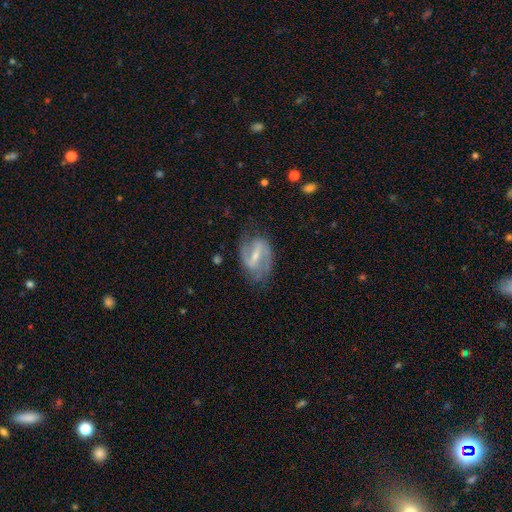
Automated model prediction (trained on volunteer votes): Smooth or featured? featured or disk (83%)
Edge-on disk? no (96%)
Bar? strong (57%)
Spiral arms? yes (90%)
Spiral winding? medium (50%)
Spiral arm count? 2 (87%)
Bulge size? small (51%)
Merging? none (70%)